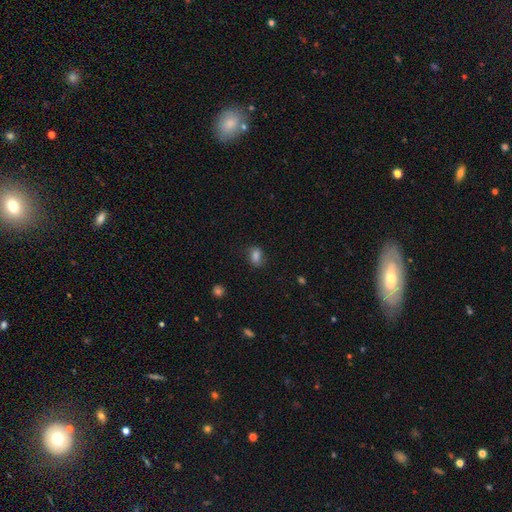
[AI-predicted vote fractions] Smooth or featured? Predicted: smooth (p=0.83). How rounded? Predicted: in between (p=0.75). Merging? Predicted: none (p=0.74).